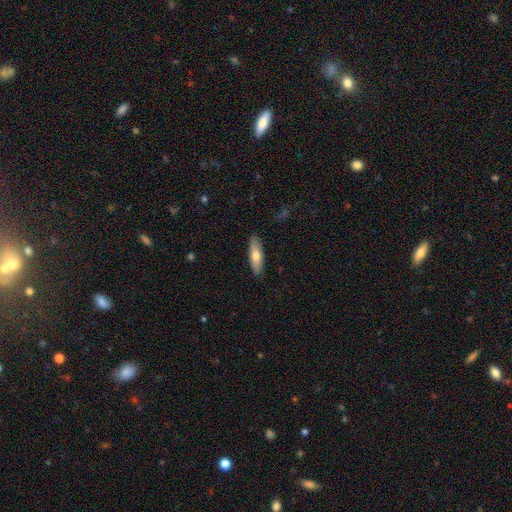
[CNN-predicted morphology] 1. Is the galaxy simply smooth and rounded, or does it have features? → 69% smooth, 25% featured or disk, 6% star or artifact.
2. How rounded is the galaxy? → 55% cigar-shaped, 43% in between, 2% round.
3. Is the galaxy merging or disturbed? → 89% none, 9% minor disturbance, 2% major disturbance, 1% merger.